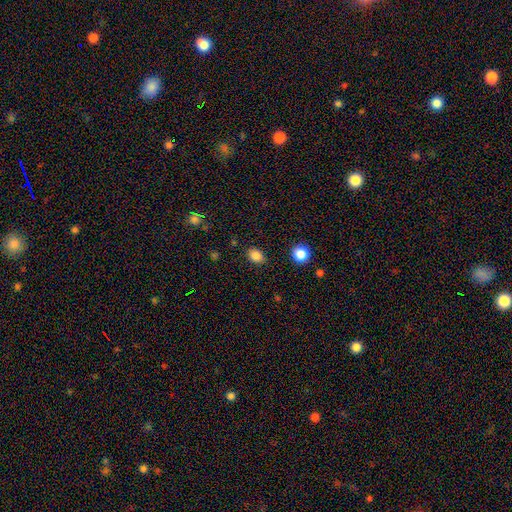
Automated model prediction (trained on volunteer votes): Smooth or featured?
  - smooth: 85% *
  - star or artifact: 11%
  - featured or disk: 4%
How rounded?
  - in between: 58% *
  - round: 41%
  - cigar-shaped: 1%
Merging?
  - none: 84% *
  - minor disturbance: 11%
  - major disturbance: 3%
  - merger: 2%